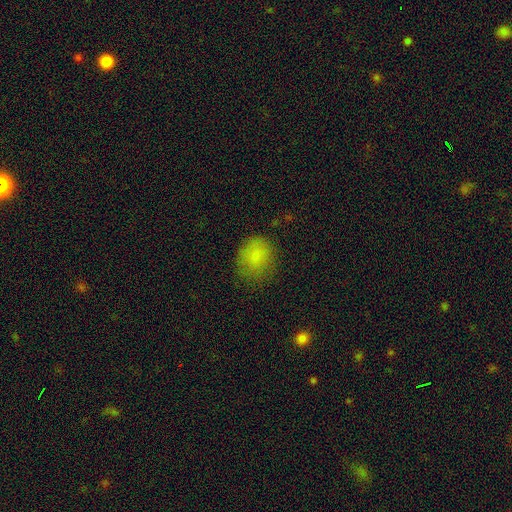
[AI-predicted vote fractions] smooth_or_featured: smooth (p=0.81) [alt: star or artifact p=0.10]
how_rounded: round (p=0.61) [alt: in between p=0.38]
merging: none (p=0.67) [alt: minor disturbance p=0.23]